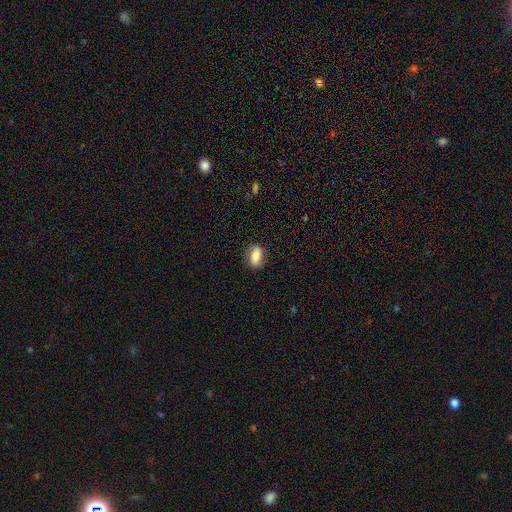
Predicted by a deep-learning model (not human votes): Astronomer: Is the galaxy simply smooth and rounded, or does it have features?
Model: smooth — 76%.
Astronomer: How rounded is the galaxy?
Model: in between — 84%.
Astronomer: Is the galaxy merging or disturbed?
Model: none — 80%.